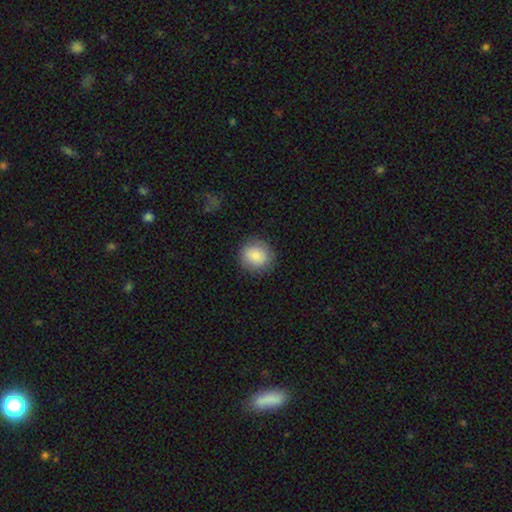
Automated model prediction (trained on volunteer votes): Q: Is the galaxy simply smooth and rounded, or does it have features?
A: smooth — 85%.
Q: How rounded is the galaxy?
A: round — 84%.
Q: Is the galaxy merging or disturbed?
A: none — 87%.